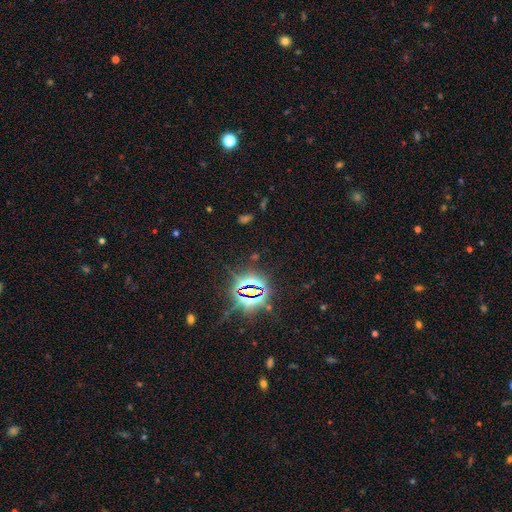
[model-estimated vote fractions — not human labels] The model was most divided on "smooth or featured": star or artifact: 81%, smooth: 12%, featured or disk: 7%.